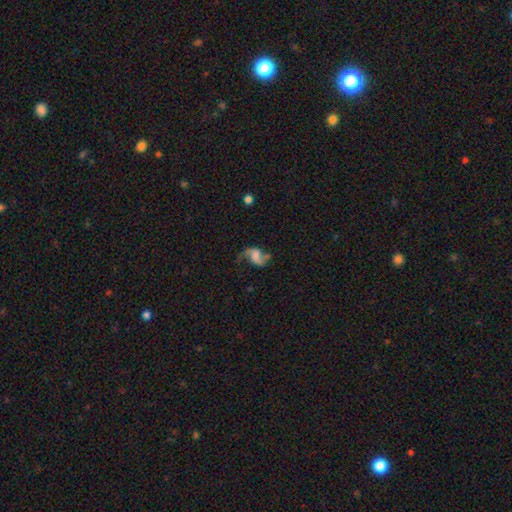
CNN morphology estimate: featured or disk 71%, smooth 20%, star or artifact 8%. Down the decision tree: edge-on disk — no (98%); bar — weak (43%); spiral arms — yes (90%); spiral arm count — 2 (83%); spiral winding — loose (72%); bulge size — none (34%); merging — none (47%).